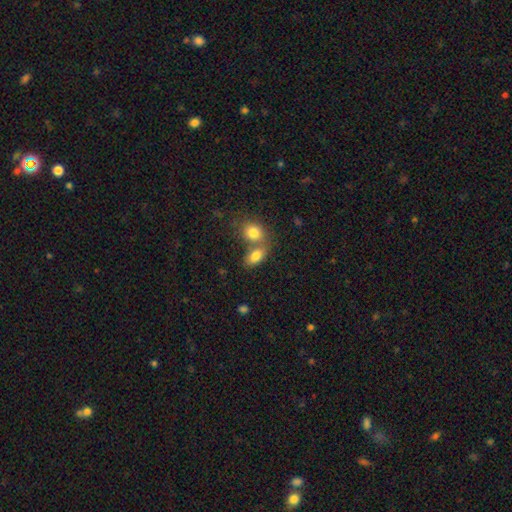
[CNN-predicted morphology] Smooth or featured: smooth — 81% (featured or disk — 11%)
How rounded: in between — 83% (round — 14%)
Merging: merger — 52% (none — 36%)